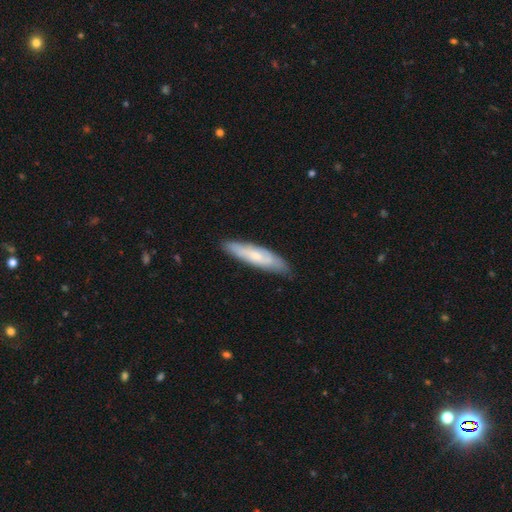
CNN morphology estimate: smooth-or-featured: smooth: 50% | featured or disk: 44% | star or artifact: 6%
  how-rounded: cigar-shaped: 72% | in between: 26% | round: 2%
  merging: none: 80% | minor disturbance: 16% | major disturbance: 3% | merger: 1%